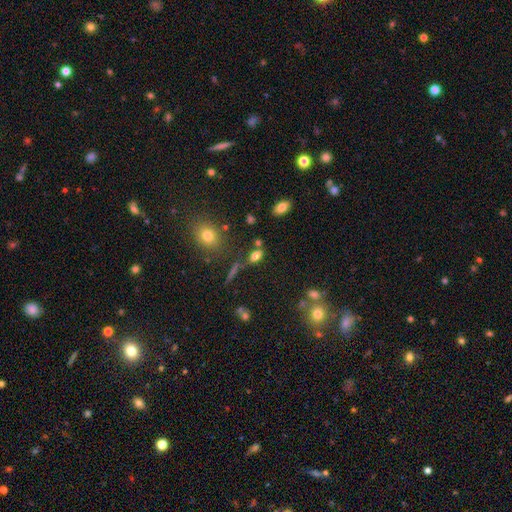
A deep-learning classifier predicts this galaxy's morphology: Smooth or featured? Predicted: smooth (p=0.69). How rounded? Predicted: in between (p=0.75). Merging? Predicted: none (p=0.59).